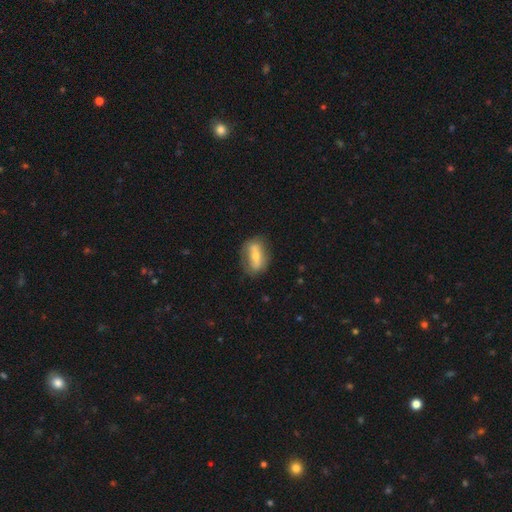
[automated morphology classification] smooth_or_featured: smooth (p=0.51) [alt: featured or disk p=0.42]
how_rounded: in between (p=0.75) [alt: cigar-shaped p=0.15]
merging: none (p=0.72) [alt: minor disturbance p=0.19]